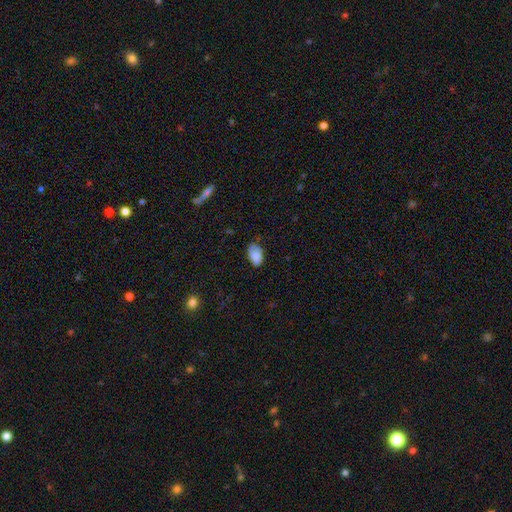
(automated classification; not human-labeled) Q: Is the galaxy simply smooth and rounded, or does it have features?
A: smooth — 79%.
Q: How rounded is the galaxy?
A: in between — 93%.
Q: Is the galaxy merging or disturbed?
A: none — 67%.